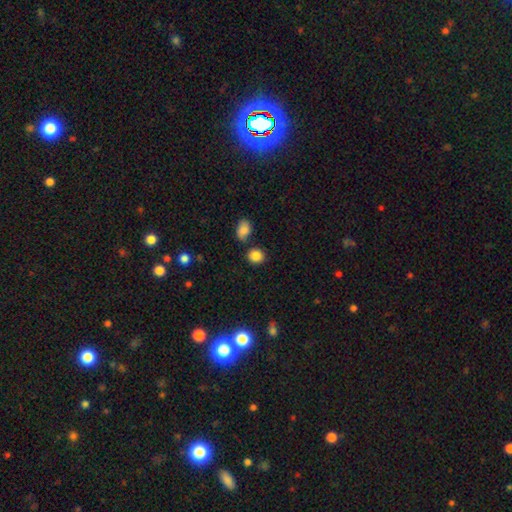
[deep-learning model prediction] Smooth or featured? smooth (86%)
How rounded? round (76%)
Merging? none (77%)